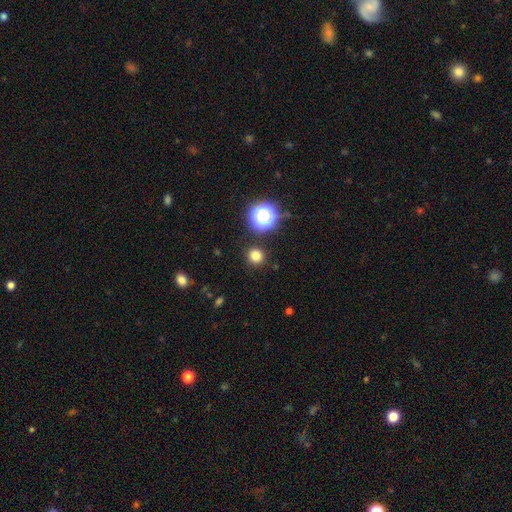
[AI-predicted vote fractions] Q: Smooth or featured?
A: smooth (77%); runner-up: star or artifact (18%)
Q: How rounded?
A: round (94%); runner-up: in between (6%)
Q: Merging?
A: none (90%); runner-up: minor disturbance (5%)